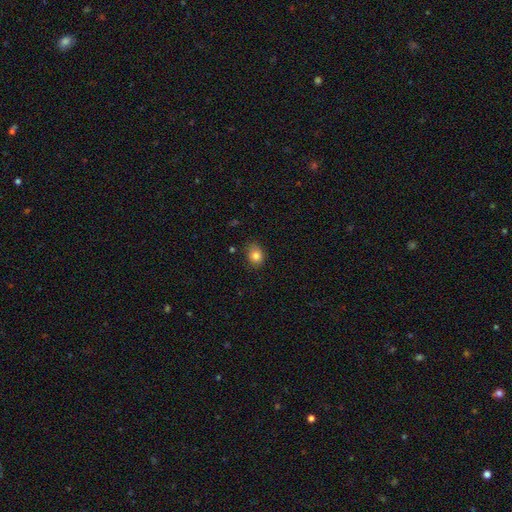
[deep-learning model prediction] Q: Smooth or featured?
A: smooth (83%); runner-up: star or artifact (10%)
Q: How rounded?
A: round (50%); runner-up: in between (49%)
Q: Merging?
A: none (76%); runner-up: minor disturbance (19%)